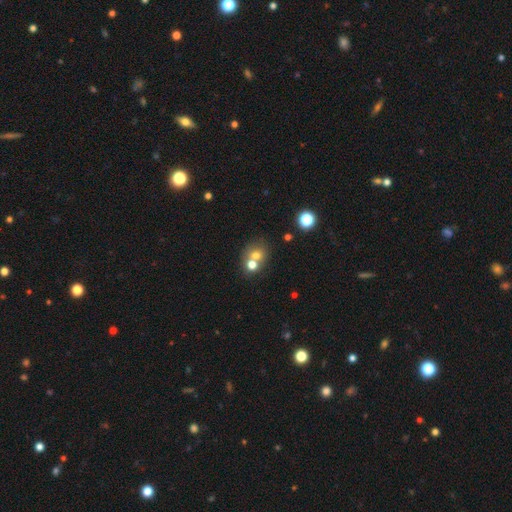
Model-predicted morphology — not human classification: smooth_or_featured: smooth (p=0.67) [alt: featured or disk p=0.18]
how_rounded: round (p=0.70) [alt: in between p=0.29]
merging: merger (p=0.47) [alt: none p=0.42]